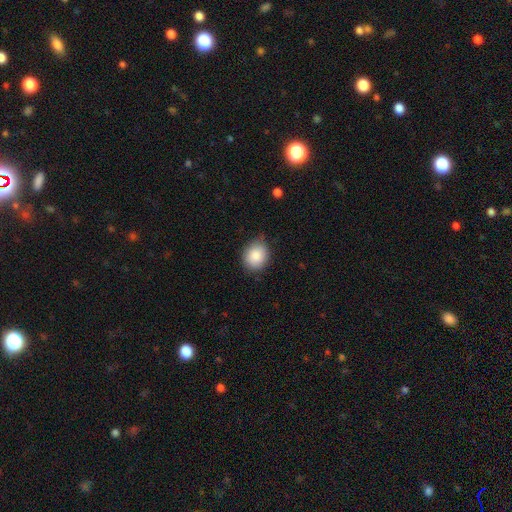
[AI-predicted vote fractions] Morphology: type=smooth (87%); roundness=round (65%); merging=none (76%).